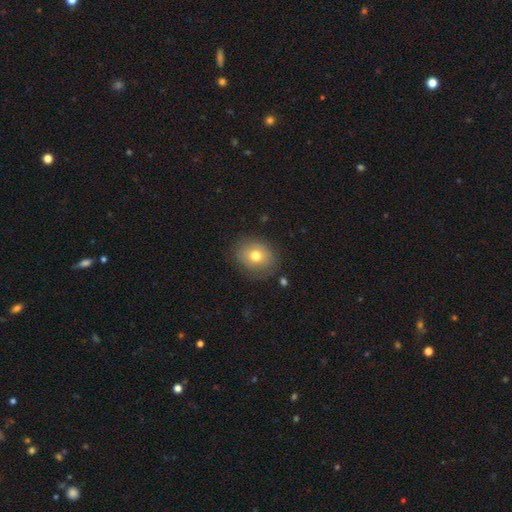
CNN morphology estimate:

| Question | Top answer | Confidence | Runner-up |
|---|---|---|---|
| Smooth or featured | smooth | 70% | featured or disk (19%) |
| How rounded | round | 65% | in between (34%) |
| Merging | none | 80% | minor disturbance (14%) |